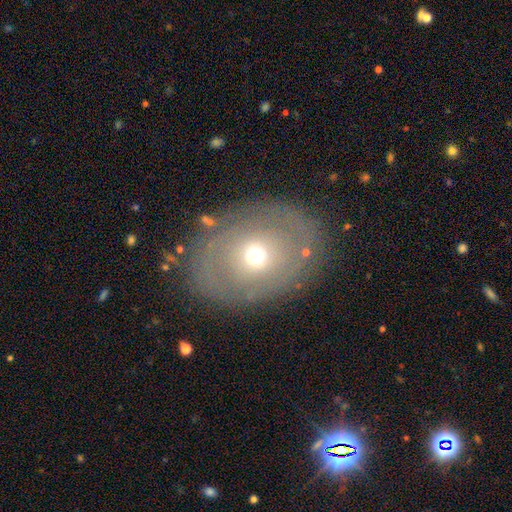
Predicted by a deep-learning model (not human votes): Smooth or featured?
  - featured or disk: 47% *
  - smooth: 44%
  - star or artifact: 10%
Merging?
  - none: 80% *
  - minor disturbance: 12%
  - major disturbance: 6%
  - merger: 2%